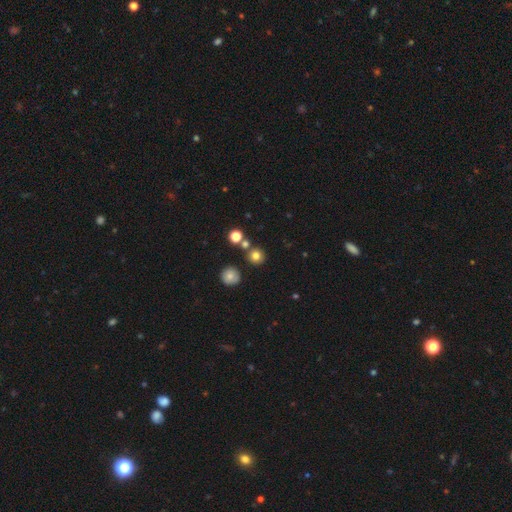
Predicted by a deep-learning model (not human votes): Overall: smooth (76%). How rounded: round (91%). Merging: none (77%).